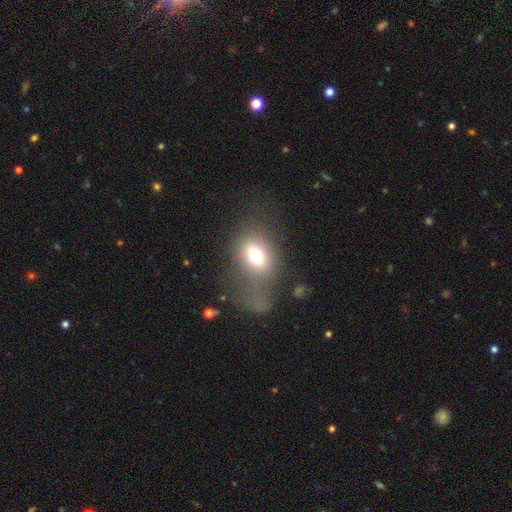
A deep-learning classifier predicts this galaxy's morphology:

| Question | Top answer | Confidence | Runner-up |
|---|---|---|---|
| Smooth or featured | smooth | 70% | featured or disk (18%) |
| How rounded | in between | 68% | round (30%) |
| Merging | none | 38% | major disturbance (37%) |